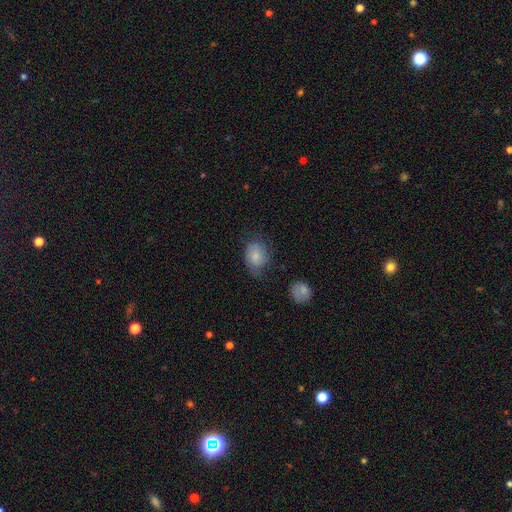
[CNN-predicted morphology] type=smooth (78%); roundness=in between (52%); merging=none (56%).